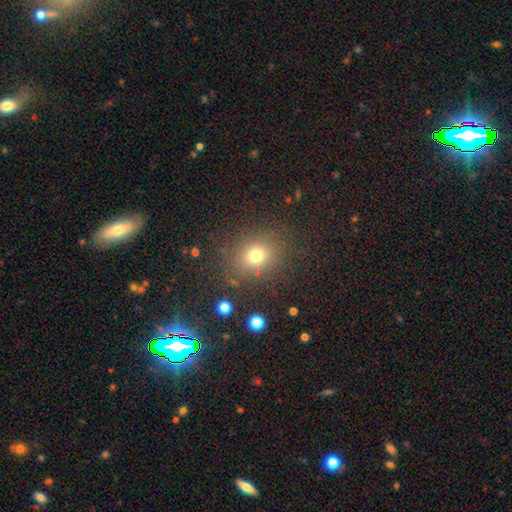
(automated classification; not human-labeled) Smooth or featured? Predicted: smooth (p=0.73). How rounded? Predicted: round (p=0.68). Merging? Predicted: none (p=0.84).